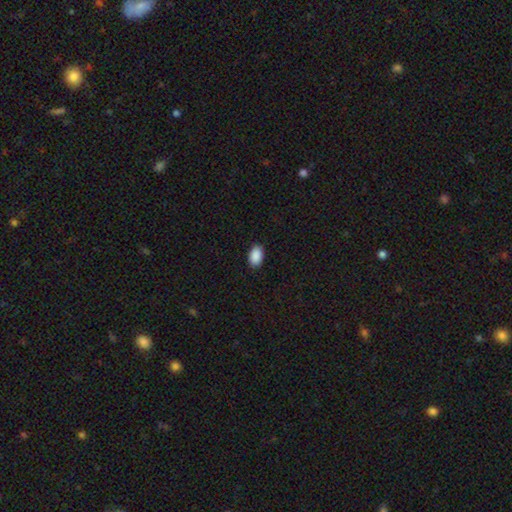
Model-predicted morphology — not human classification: Q: Smooth or featured?
A: smooth (90%); runner-up: star or artifact (7%)
Q: How rounded?
A: in between (90%); runner-up: round (9%)
Q: Merging?
A: none (89%); runner-up: minor disturbance (8%)